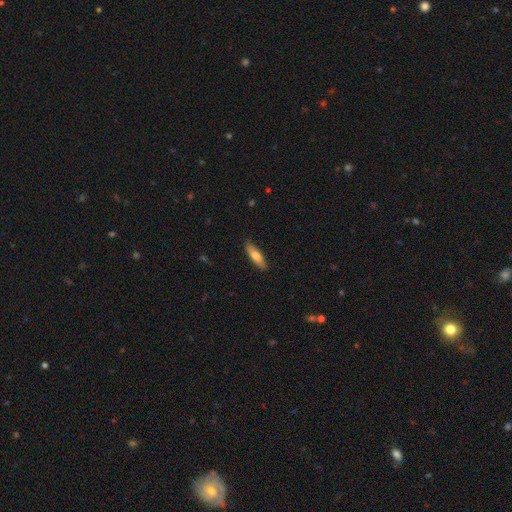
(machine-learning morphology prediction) This appears to be a smooth galaxy with no disk features (71%) that is cigar-shaped (60%). Merging: none (86%).